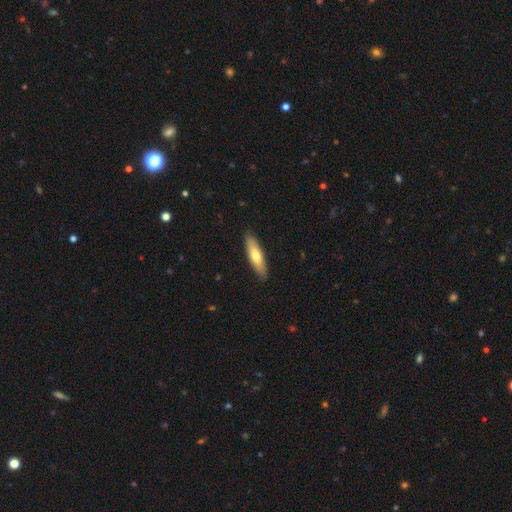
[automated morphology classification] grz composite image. It shows a smooth galaxy with no disk features (66%) that is cigar-shaped (65%). Merging: none (89%).